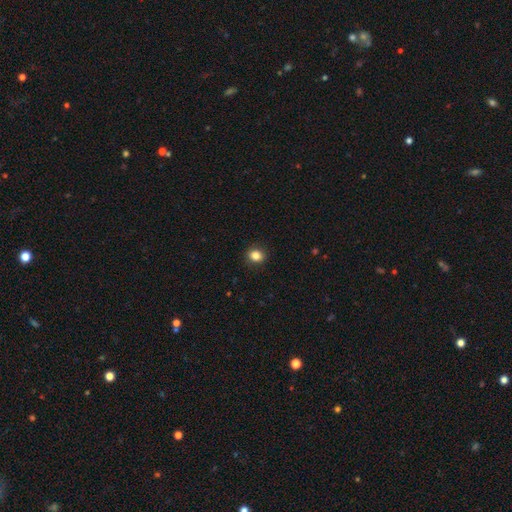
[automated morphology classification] Smooth or featured?
  - smooth: 84% *
  - star or artifact: 11%
  - featured or disk: 5%
How rounded?
  - round: 68% *
  - in between: 32%
  - cigar-shaped: 1%
Merging?
  - none: 90% *
  - minor disturbance: 7%
  - major disturbance: 2%
  - merger: 1%